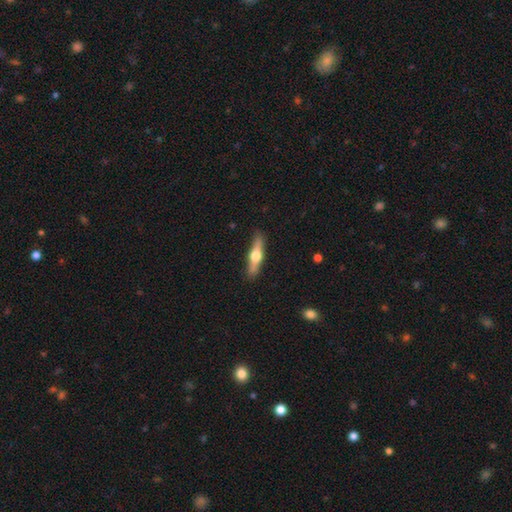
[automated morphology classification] Smooth or featured?
  - featured or disk: 55% *
  - smooth: 40%
  - star or artifact: 5%
Edge-on disk?
  - yes: 94% *
  - no: 6%
Edge-on bulge?
  - rounded: 94% *
  - boxy: 3%
  - none: 3%
Merging?
  - none: 88% *
  - minor disturbance: 9%
  - major disturbance: 2%
  - merger: 1%